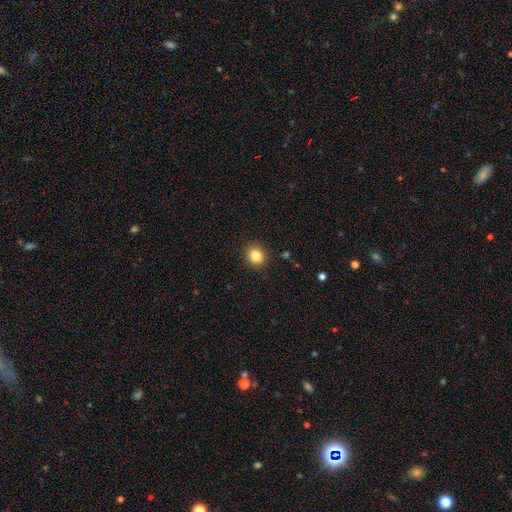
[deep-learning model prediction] Smooth or featured? Predicted: smooth (p=0.84). How rounded? Predicted: round (p=0.75). Merging? Predicted: none (p=0.90).